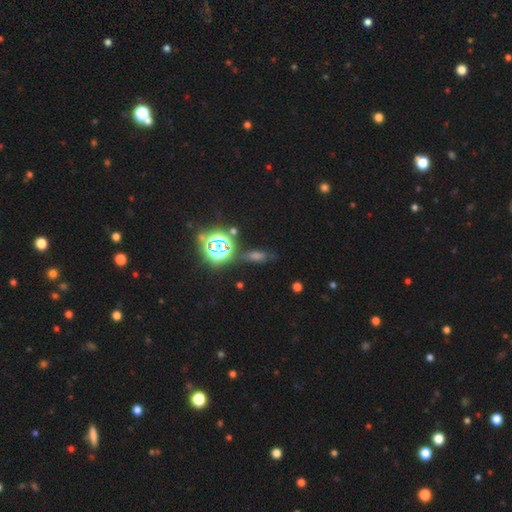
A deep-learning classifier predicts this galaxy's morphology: smooth_or_featured: star or artifact (p=0.54) [alt: smooth p=0.31]